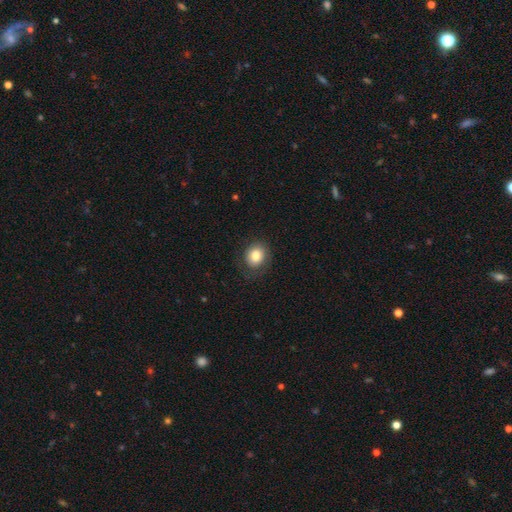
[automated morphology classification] A smooth galaxy with no disk features (82%) that is round (59%). Merging: none (79%).